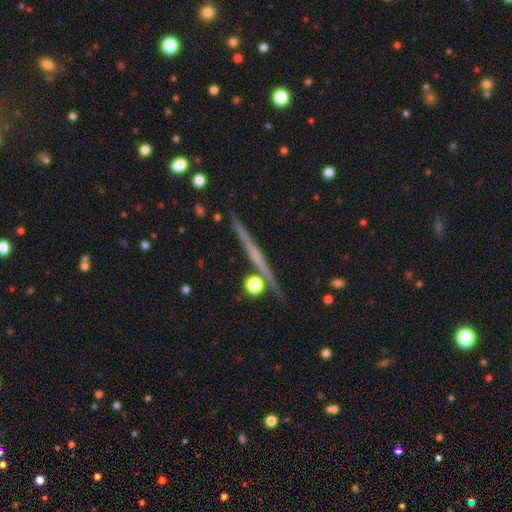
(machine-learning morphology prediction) This appears to be a featured or disk galaxy (62%) viewed edge-on (97%) with no central bulge (81%). Merging: none (88%).